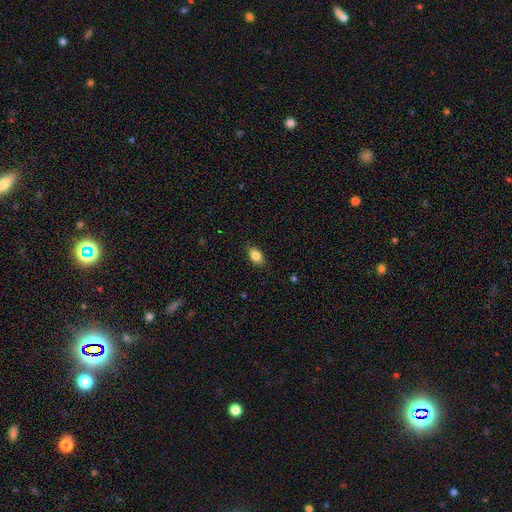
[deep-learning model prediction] Smooth or featured?
  - smooth: 86% *
  - star or artifact: 8%
  - featured or disk: 6%
How rounded?
  - in between: 88% *
  - round: 10%
  - cigar-shaped: 2%
Merging?
  - none: 86% *
  - minor disturbance: 10%
  - major disturbance: 2%
  - merger: 1%